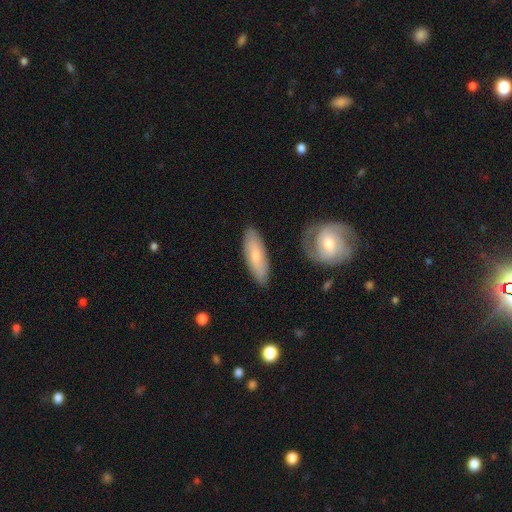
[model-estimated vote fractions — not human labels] smooth-or-featured: smooth: 63% | featured or disk: 31% | star or artifact: 5%
  how-rounded: in between: 57% | cigar-shaped: 41% | round: 2%
  merging: none: 81% | minor disturbance: 13% | merger: 3% | major disturbance: 3%